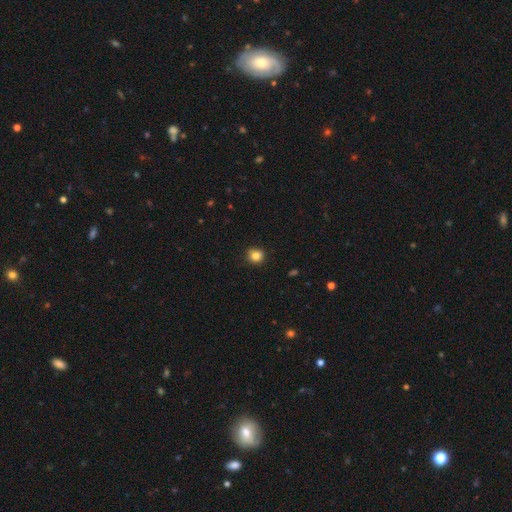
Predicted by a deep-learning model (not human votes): Morphology: type=smooth (85%); roundness=round (87%); merging=none (88%).